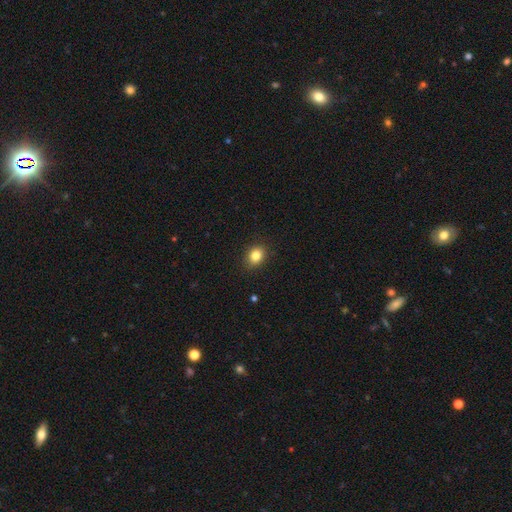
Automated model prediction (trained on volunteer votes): A smooth galaxy with no disk features (84%) that is in between round and cigar-shaped (50%). Merging: none (88%).